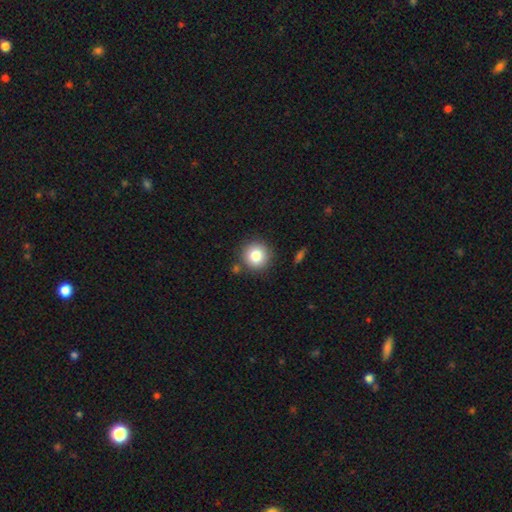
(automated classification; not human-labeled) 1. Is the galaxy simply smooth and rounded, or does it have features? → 82% smooth, 10% star or artifact, 8% featured or disk.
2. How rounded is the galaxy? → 93% round, 6% in between, 1% cigar-shaped.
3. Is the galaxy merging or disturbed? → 84% none, 9% minor disturbance, 4% merger, 3% major disturbance.